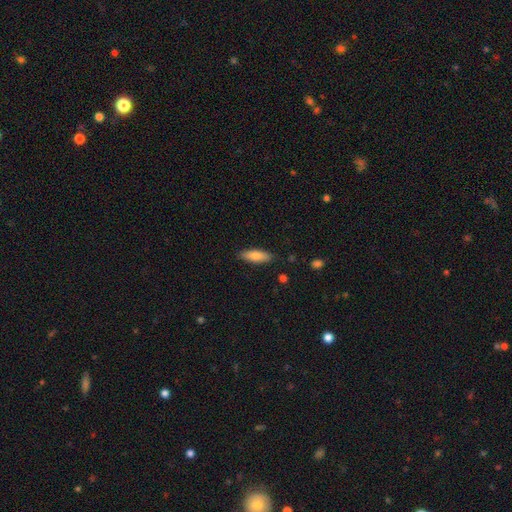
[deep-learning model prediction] Smooth or featured?
  - smooth: 80% *
  - featured or disk: 14%
  - star or artifact: 6%
How rounded?
  - in between: 56% *
  - cigar-shaped: 42%
  - round: 2%
Merging?
  - none: 87% *
  - minor disturbance: 10%
  - major disturbance: 2%
  - merger: 1%